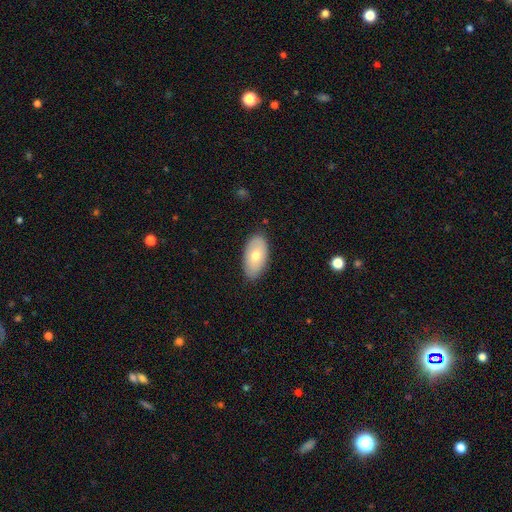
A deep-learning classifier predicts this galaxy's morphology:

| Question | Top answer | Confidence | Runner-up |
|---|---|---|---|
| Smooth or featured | smooth | 64% | featured or disk (30%) |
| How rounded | in between | 94% | round (4%) |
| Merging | none | 86% | minor disturbance (11%) |